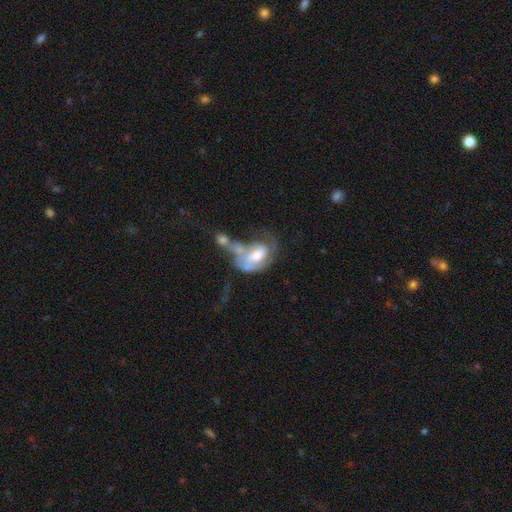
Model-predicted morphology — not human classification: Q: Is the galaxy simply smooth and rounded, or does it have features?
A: featured or disk — 62%.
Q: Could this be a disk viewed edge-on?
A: no — 96%.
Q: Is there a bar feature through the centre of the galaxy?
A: no — 61%.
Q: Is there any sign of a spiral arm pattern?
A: yes — 63%.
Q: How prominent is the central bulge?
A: moderate — 49%.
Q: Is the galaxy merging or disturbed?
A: merger — 44%.